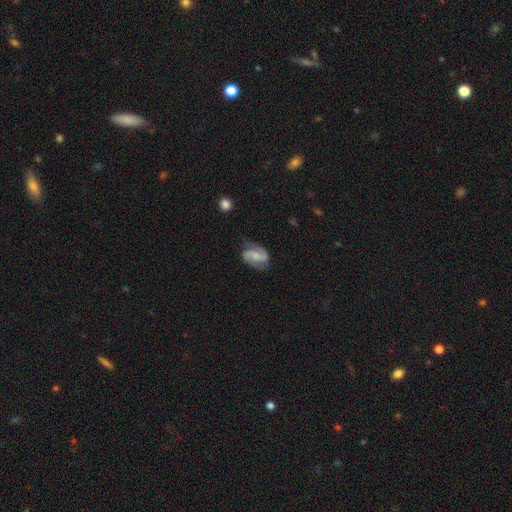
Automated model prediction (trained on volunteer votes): Smooth or featured: featured or disk — 69% (smooth — 24%)
Edge-on disk: no — 97% (yes — 3%)
Bar: weak — 42% (no — 40%)
Spiral arms: yes — 94% (no — 6%)
Spiral winding: medium — 44% (loose — 36%)
Spiral arm count: 2 — 89% (can't tell — 5%)
Bulge size: small — 33% (none — 32%)
Merging: none — 68% (minor disturbance — 22%)